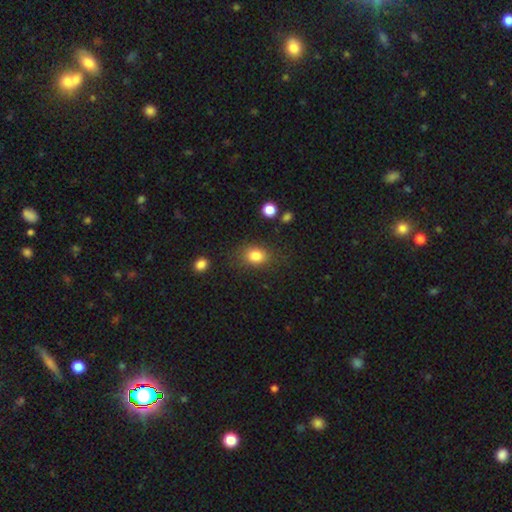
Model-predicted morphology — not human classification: A smooth galaxy with no disk features (83%) that is in between round and cigar-shaped (62%). Merging: none (79%).